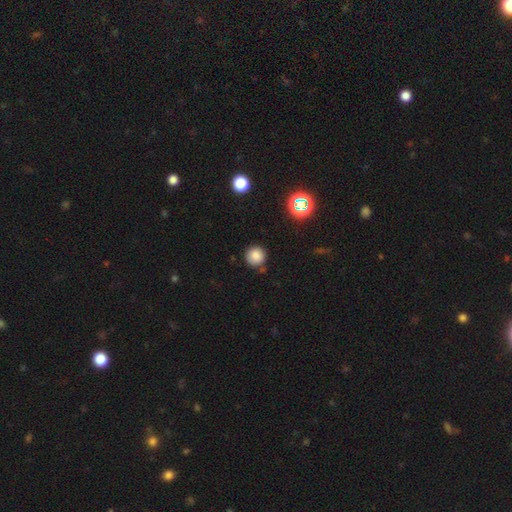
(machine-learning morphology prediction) Smooth or featured? Predicted: smooth (p=0.82). How rounded? Predicted: round (p=0.94). Merging? Predicted: none (p=0.84).